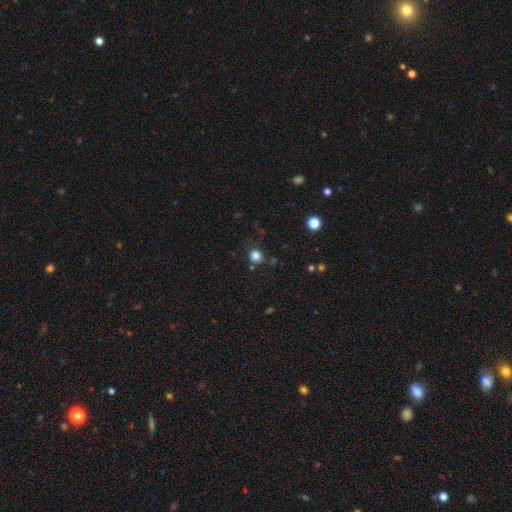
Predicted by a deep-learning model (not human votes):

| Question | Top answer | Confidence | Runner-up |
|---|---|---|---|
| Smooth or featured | smooth | 81% | star or artifact (14%) |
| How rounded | round | 86% | in between (13%) |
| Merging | none | 75% | minor disturbance (14%) |